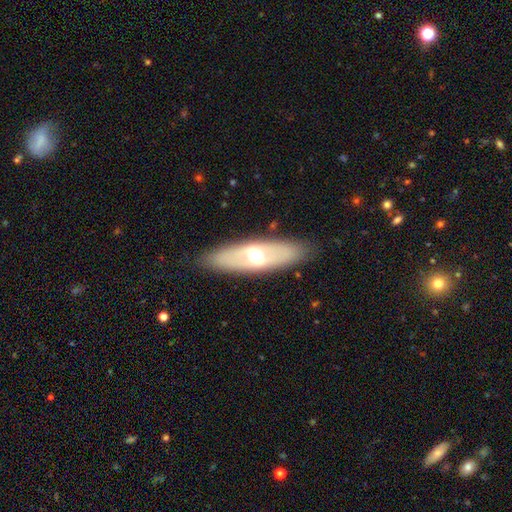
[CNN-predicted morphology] Smooth or featured: featured or disk — 51% (smooth — 42%)
Edge-on disk: no — 57% (yes — 43%)
Merging: none — 86% (minor disturbance — 9%)